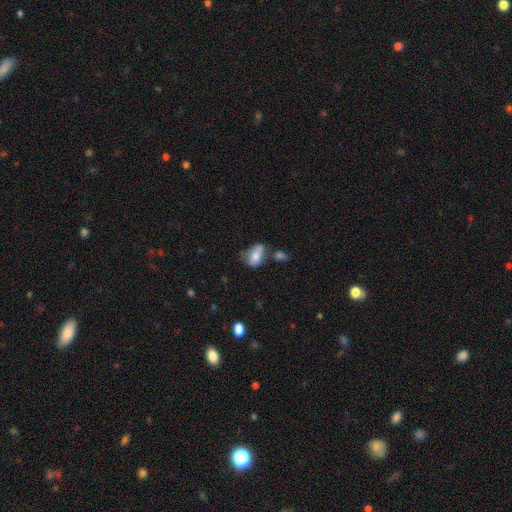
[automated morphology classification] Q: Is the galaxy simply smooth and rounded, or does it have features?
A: smooth — 71%.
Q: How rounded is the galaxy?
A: in between — 84%.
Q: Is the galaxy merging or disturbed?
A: none — 37%.